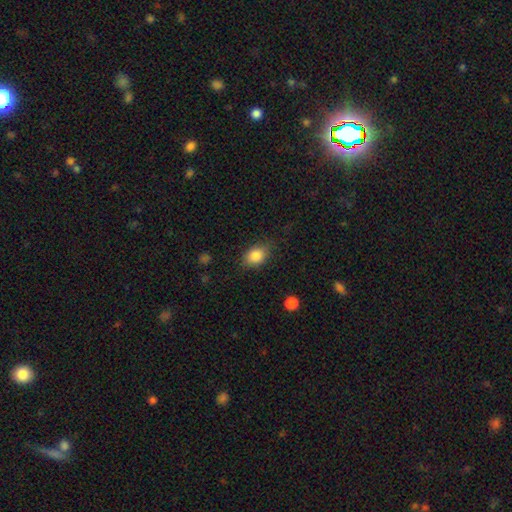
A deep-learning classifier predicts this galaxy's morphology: smooth 85%, star or artifact 9%, featured or disk 6%. Down the decision tree: how rounded — in between (70%); merging — none (76%).